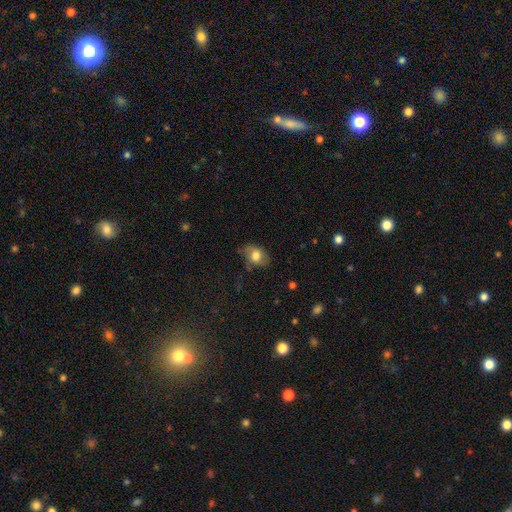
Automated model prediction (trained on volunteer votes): A smooth galaxy with no disk features (74%) that is in between round and cigar-shaped (71%). Merging: none (58%).